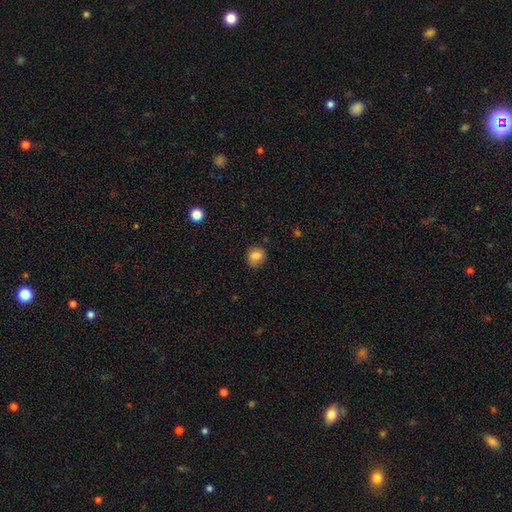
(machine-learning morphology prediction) This appears to be a smooth galaxy with no disk features (83%) that is round (72%). Merging: none (76%).